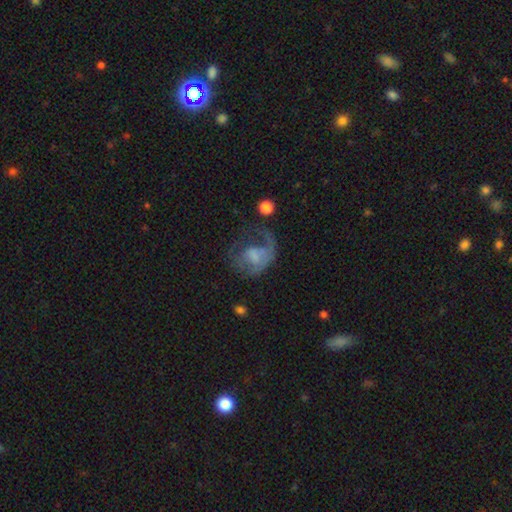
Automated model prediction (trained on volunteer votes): A featured or disk galaxy (55%) with no bar (68%), spiral arms (59%) and no central bulge (42%).

Vote fractions:
- Smooth or featured? featured or disk: 55% / smooth: 35% / star or artifact: 10%
- Edge-on disk? no: 97% / yes: 3%
- Bar? no: 68% / weak: 27% / strong: 5%
- Spiral arms? yes: 59% / no: 41%
- Bulge size? none: 42% / moderate: 23% / small: 22% / large: 10% / dominant: 2%
- Merging? major disturbance: 55% / none: 24% / minor disturbance: 17% / merger: 4%